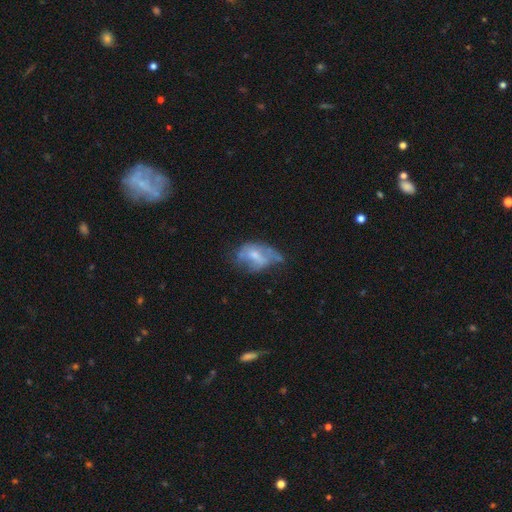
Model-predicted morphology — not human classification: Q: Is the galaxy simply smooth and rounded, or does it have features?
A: featured or disk — 53%.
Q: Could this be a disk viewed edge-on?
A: no — 96%.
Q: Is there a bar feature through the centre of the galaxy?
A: no — 58%.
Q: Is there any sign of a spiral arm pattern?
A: no — 67%.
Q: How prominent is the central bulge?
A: small — 42%.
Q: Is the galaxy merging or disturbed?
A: minor disturbance — 31%, tied with major disturbance.